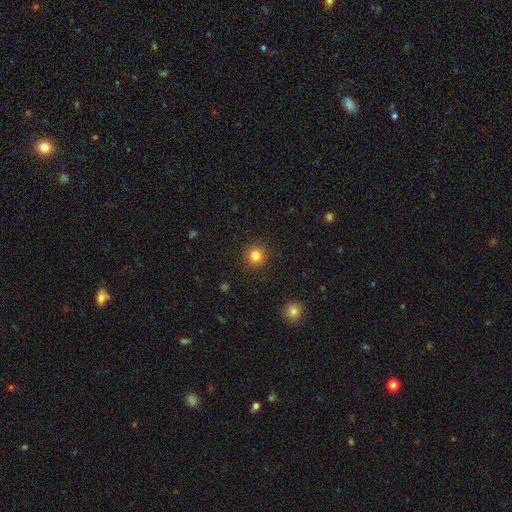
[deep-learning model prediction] Smooth or featured? smooth (83%)
How rounded? round (94%)
Merging? none (92%)